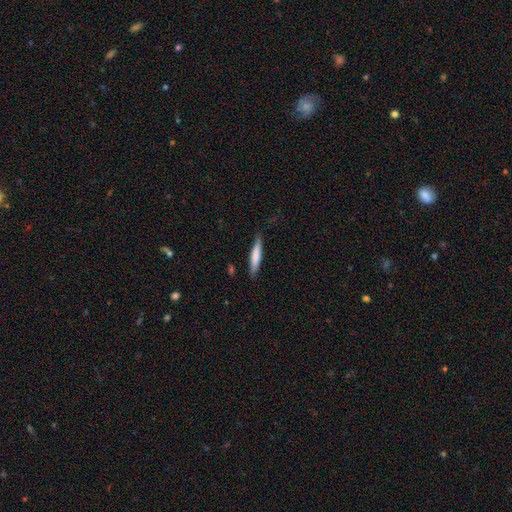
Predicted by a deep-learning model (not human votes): smooth 73%, featured or disk 22%, star or artifact 5%. Down the decision tree: how rounded — cigar-shaped (87%); merging — none (80%).